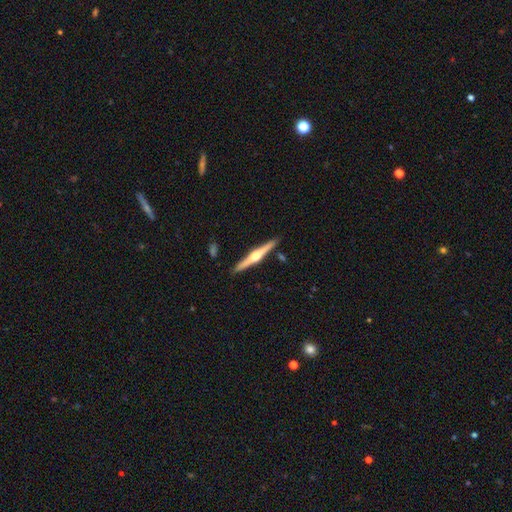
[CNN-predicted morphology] smooth-or-featured: featured or disk: 76% | smooth: 19% | star or artifact: 5%
  disk-edge-on: yes: 98% | no: 2%
    edge-on-bulge: rounded: 95% | boxy: 3% | none: 2%
  merging: none: 89% | minor disturbance: 7% | merger: 2% | major disturbance: 1%